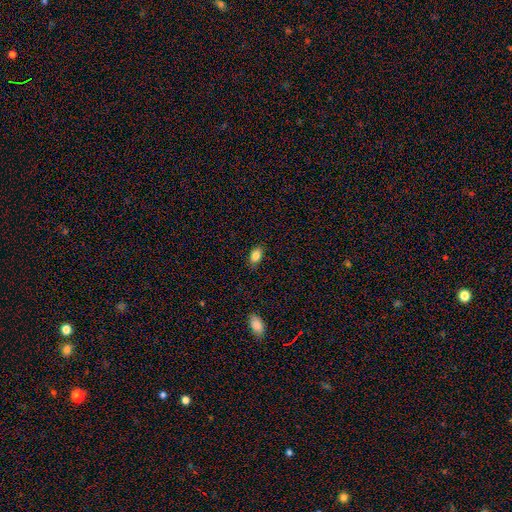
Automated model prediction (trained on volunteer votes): This appears to be a smooth galaxy with no disk features (85%) that is in between round and cigar-shaped (88%). Merging: none (84%).